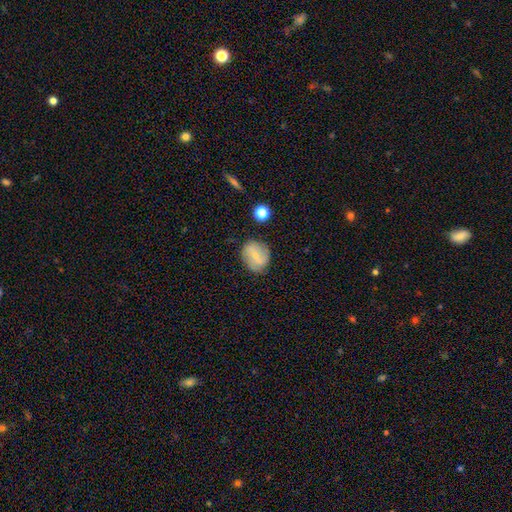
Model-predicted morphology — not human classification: Q: Smooth or featured?
A: smooth (48%); runner-up: featured or disk (43%)
Q: Merging?
A: none (78%); runner-up: minor disturbance (15%)